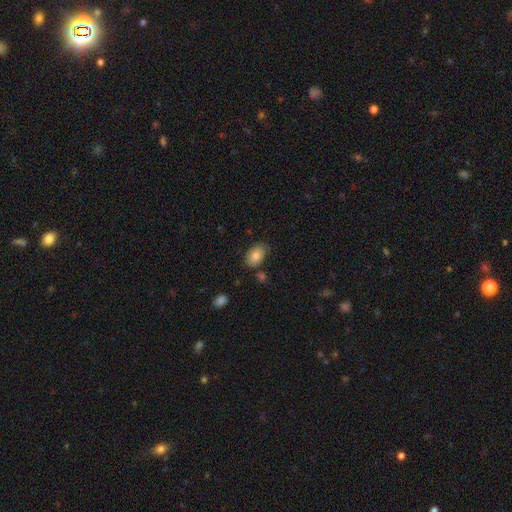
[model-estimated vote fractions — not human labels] Smooth or featured: smooth — 81% (featured or disk — 11%)
How rounded: in between — 90% (round — 9%)
Merging: none — 74% (minor disturbance — 18%)